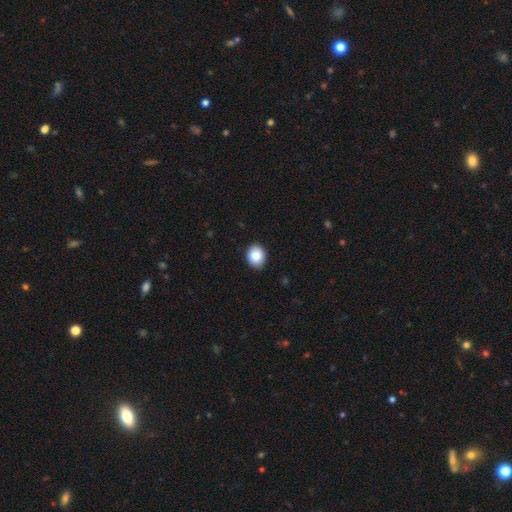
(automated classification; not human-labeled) smooth-or-featured: smooth: 87% | star or artifact: 8% | featured or disk: 5%
  how-rounded: in between: 52% | round: 47% | cigar-shaped: 1%
  merging: none: 89% | minor disturbance: 8% | major disturbance: 2% | merger: 1%